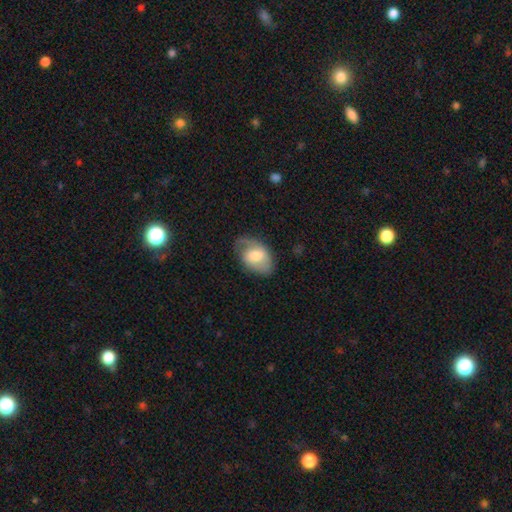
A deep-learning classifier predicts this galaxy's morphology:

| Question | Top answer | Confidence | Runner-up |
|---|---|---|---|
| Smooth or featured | smooth | 55% | featured or disk (38%) |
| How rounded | in between | 84% | round (15%) |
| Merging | none | 58% | minor disturbance (28%) |